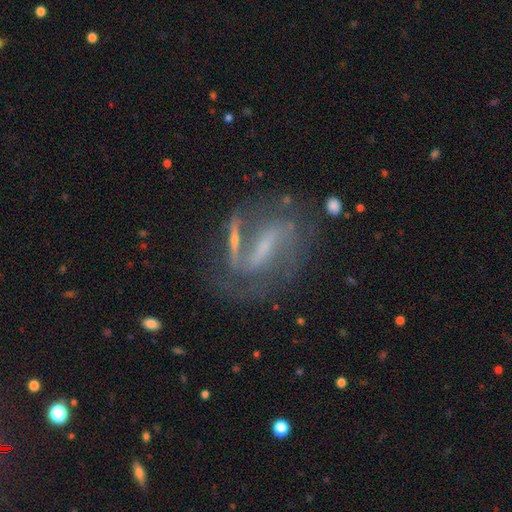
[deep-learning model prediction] Smooth or featured? featured or disk (81%)
Edge-on disk? no (91%)
Bar? strong (59%)
Spiral arms? yes (87%)
Spiral winding? medium (43%)
Spiral arm count? 2 (71%)
Bulge size? small (44%)
Merging? none (63%)